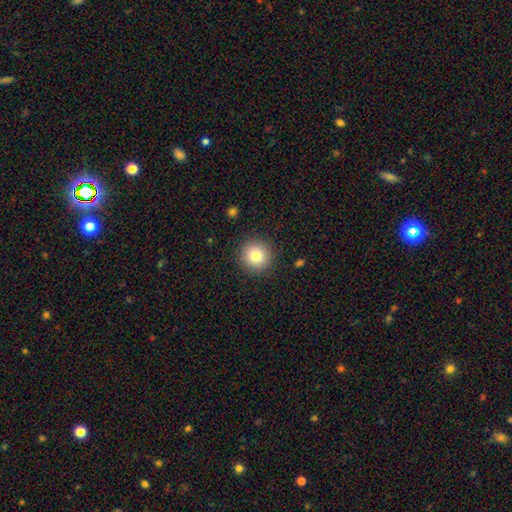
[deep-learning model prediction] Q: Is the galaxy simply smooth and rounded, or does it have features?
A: smooth — 80%.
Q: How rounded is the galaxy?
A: round — 96%.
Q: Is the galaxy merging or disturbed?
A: none — 91%.